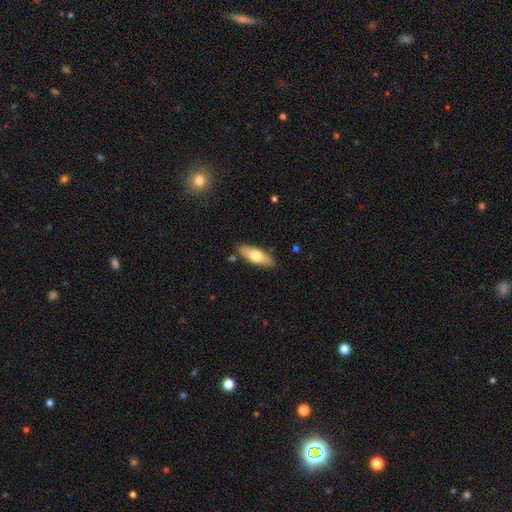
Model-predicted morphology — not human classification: type=smooth (66%); roundness=in between (67%); merging=none (84%).